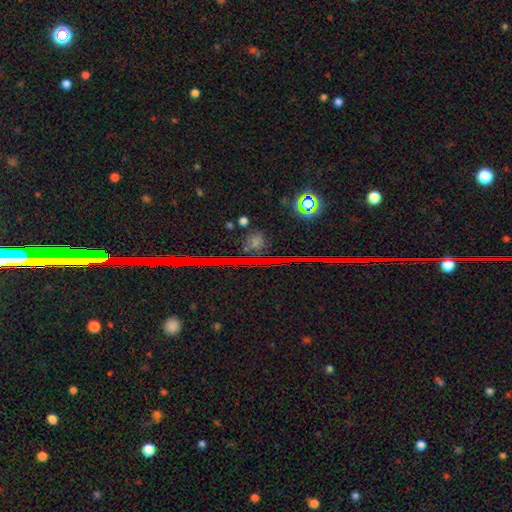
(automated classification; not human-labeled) Smooth or featured: star or artifact — 81% (featured or disk — 10%)